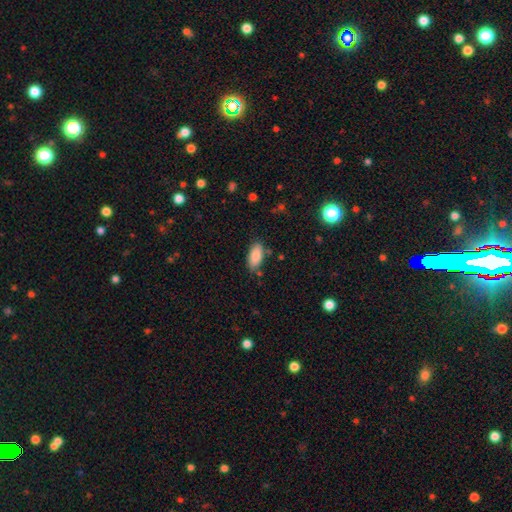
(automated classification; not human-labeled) Smooth or featured?
  - smooth: 87% *
  - star or artifact: 7%
  - featured or disk: 7%
How rounded?
  - in between: 90% *
  - cigar-shaped: 8%
  - round: 2%
Merging?
  - none: 79% *
  - minor disturbance: 14%
  - merger: 4%
  - major disturbance: 3%